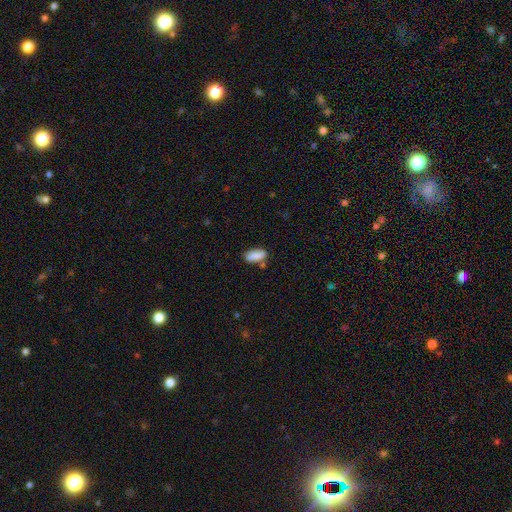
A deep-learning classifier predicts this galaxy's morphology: type=smooth (86%); roundness=in between (88%); merging=none (72%).